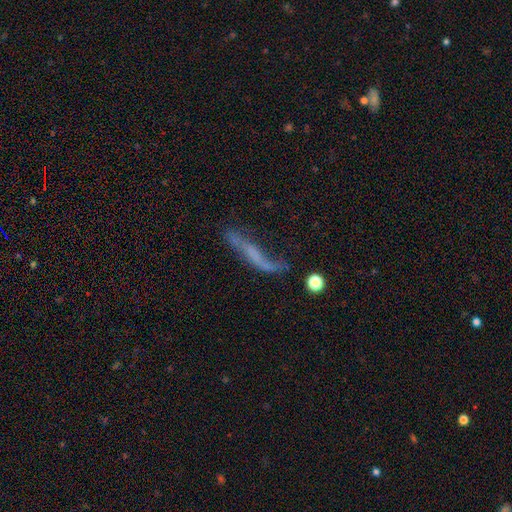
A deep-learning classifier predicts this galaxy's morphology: A featured or disk galaxy (55%).

Vote fractions:
- Smooth or featured? featured or disk: 55% / smooth: 33% / star or artifact: 12%
- Edge-on disk? no: 61% / yes: 39%
- Merging? none: 39% / major disturbance: 27% / minor disturbance: 25% / merger: 9%